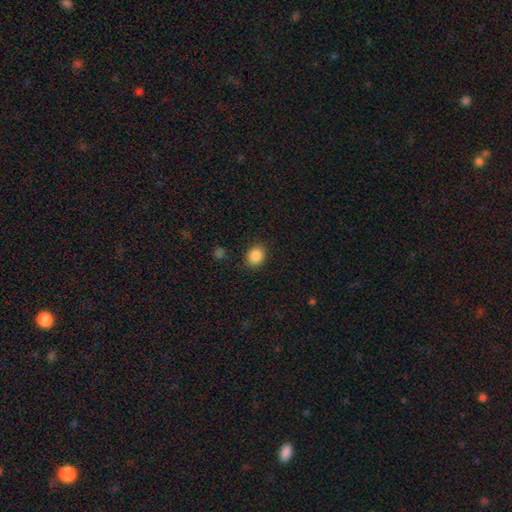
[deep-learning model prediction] smooth 87%, star or artifact 9%, featured or disk 4%. Down the decision tree: how rounded — round (59%); merging — none (88%).